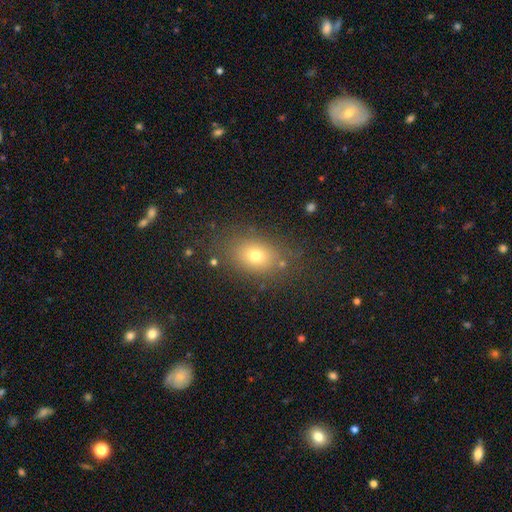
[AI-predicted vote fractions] Smooth or featured? Predicted: smooth (p=0.73). How rounded? Predicted: in between (p=0.65). Merging? Predicted: none (p=0.78).